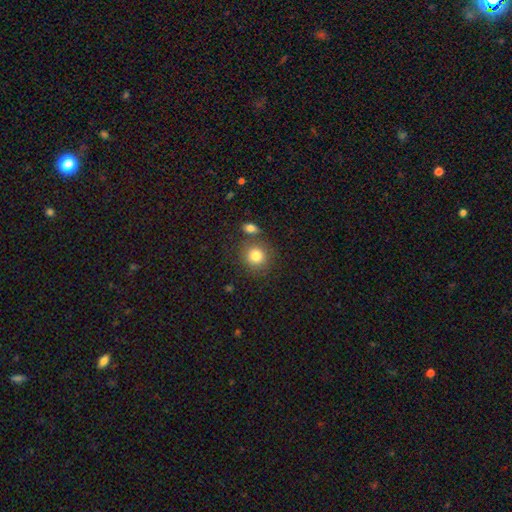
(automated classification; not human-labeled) smooth 83%, star or artifact 10%, featured or disk 7%. Down the decision tree: how rounded — round (87%); merging — none (73%).